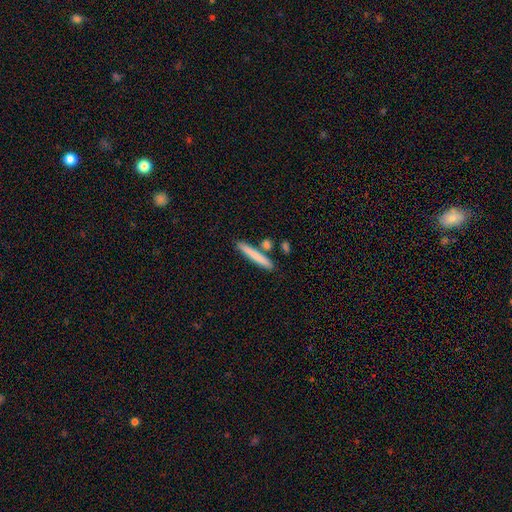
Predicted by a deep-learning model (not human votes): This is likely a smooth galaxy (75%). How rounded: clearly cigar-shaped (93%). Merging: likely none (80%).